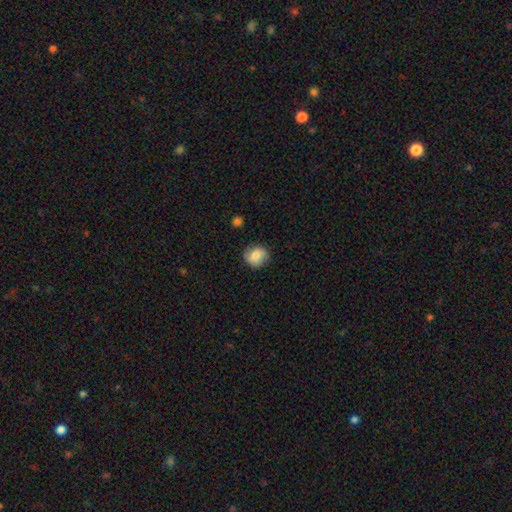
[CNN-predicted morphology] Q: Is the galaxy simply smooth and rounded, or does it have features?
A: smooth — 74%.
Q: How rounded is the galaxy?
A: round — 80%.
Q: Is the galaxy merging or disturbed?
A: none — 79%.